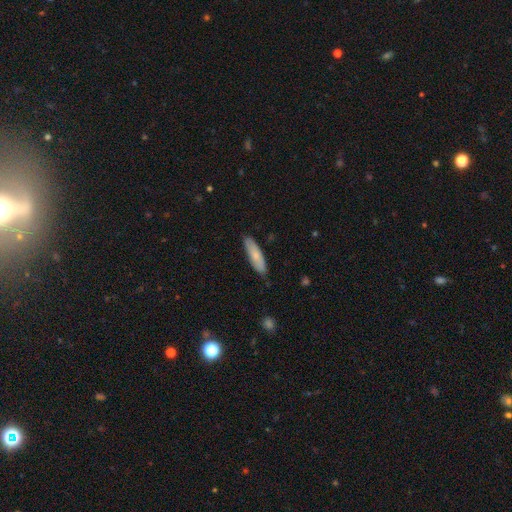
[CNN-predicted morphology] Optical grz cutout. It shows a smooth galaxy with no disk features (75%) that is cigar-shaped (64%). Merging: none (83%).